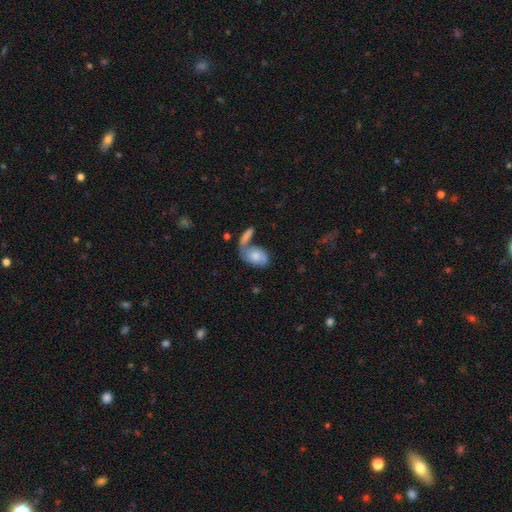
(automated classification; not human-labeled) The model was most divided on "merging": merger: 41%, none: 31%, minor disturbance: 15%, major disturbance: 13%. More confident: how rounded — in between (87%); smooth or featured — smooth (60%).